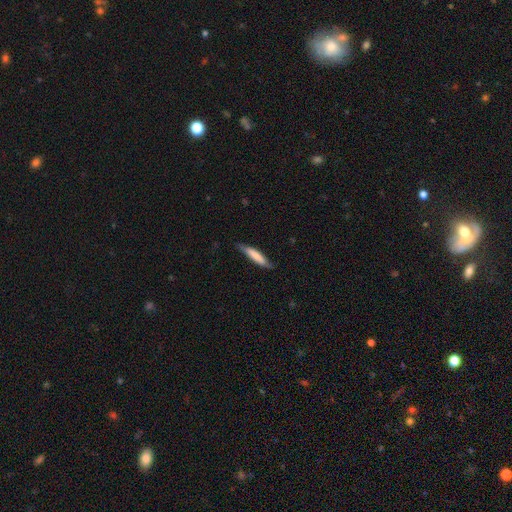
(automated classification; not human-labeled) smooth-or-featured: smooth: 73% | featured or disk: 22% | star or artifact: 5%
  how-rounded: cigar-shaped: 87% | in between: 11% | round: 1%
  merging: none: 76% | minor disturbance: 20% | major disturbance: 3% | merger: 1%